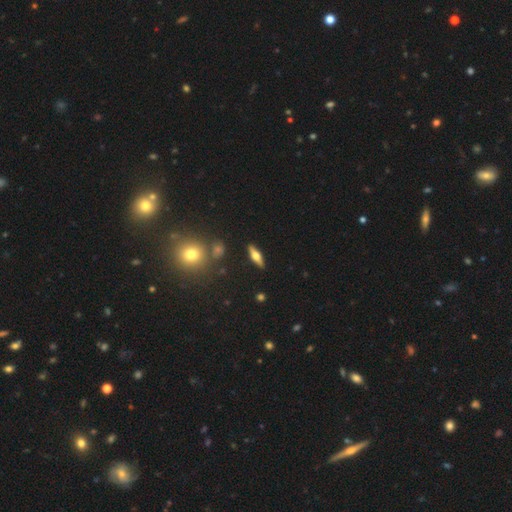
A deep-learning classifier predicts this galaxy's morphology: Smooth or featured: featured or disk — 57% (smooth — 35%)
Edge-on disk: yes — 92% (no — 8%)
Edge-on bulge: rounded — 94% (boxy — 4%)
Merging: none — 88% (minor disturbance — 8%)